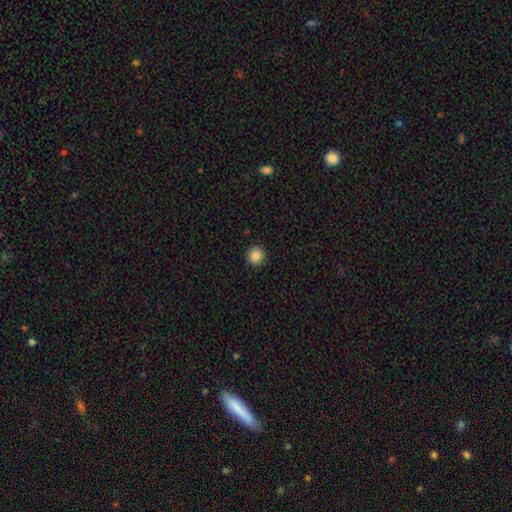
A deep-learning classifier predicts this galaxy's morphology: Smooth or featured: smooth — 85% (star or artifact — 10%)
How rounded: round — 93% (in between — 7%)
Merging: none — 92% (minor disturbance — 5%)